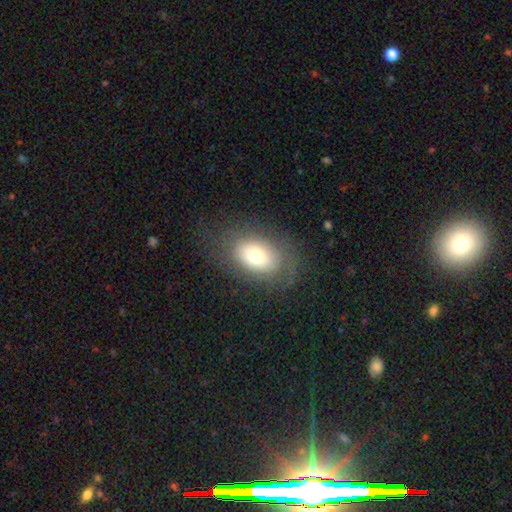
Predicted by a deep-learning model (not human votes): The model was most divided on "smooth or featured": smooth: 68%, featured or disk: 21%, star or artifact: 11%. More confident: how rounded — in between (77%); merging — none (75%).